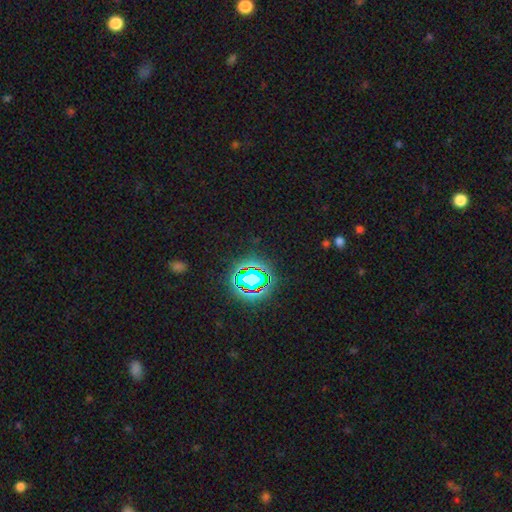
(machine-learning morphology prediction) star or artifact 79%, smooth 14%, featured or disk 7%.